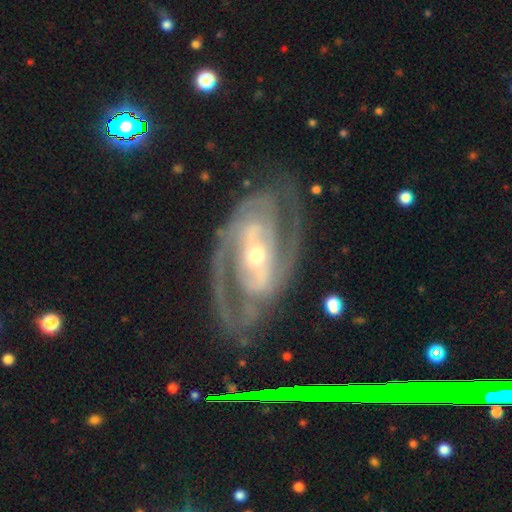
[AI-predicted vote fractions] Q: Smooth or featured?
A: featured or disk (89%); runner-up: smooth (6%)
Q: Edge-on disk?
A: no (95%); runner-up: yes (5%)
Q: Bar?
A: strong (54%); runner-up: weak (28%)
Q: Spiral arms?
A: yes (94%); runner-up: no (6%)
Q: Spiral winding?
A: tight (47%); runner-up: medium (42%)
Q: Spiral arm count?
A: 2 (80%); runner-up: can't tell (8%)
Q: Bulge size?
A: small (48%); runner-up: moderate (47%)
Q: Merging?
A: none (76%); runner-up: minor disturbance (14%)